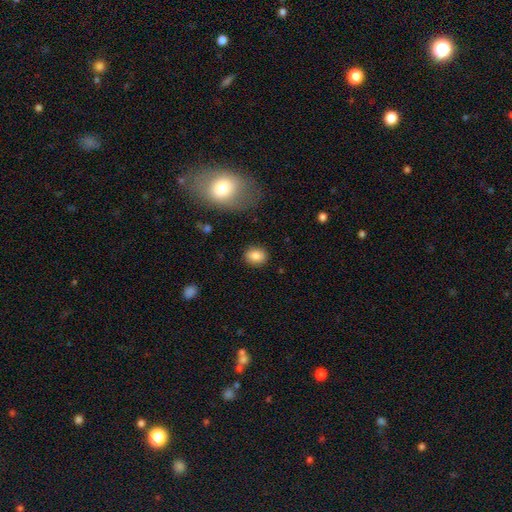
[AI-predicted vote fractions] smooth-or-featured: smooth: 85% | star or artifact: 9% | featured or disk: 6%
  how-rounded: in between: 50% | round: 48% | cigar-shaped: 1%
  merging: none: 87% | minor disturbance: 9% | major disturbance: 3% | merger: 2%